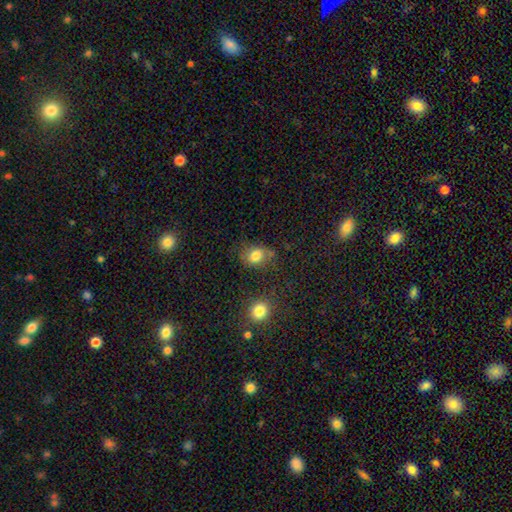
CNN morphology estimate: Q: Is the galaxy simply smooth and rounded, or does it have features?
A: smooth — 79%.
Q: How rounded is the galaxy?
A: in between — 54%.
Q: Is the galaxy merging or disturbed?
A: none — 59%.